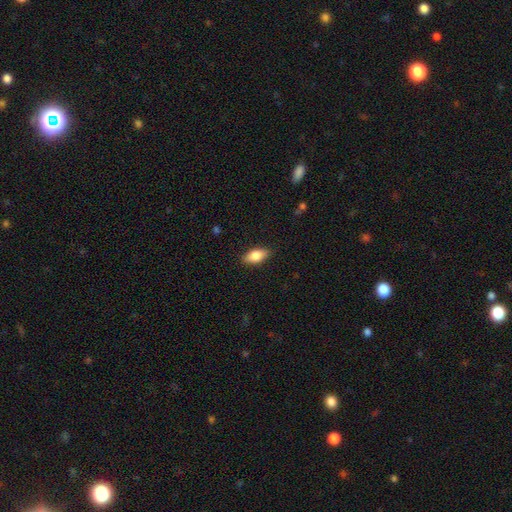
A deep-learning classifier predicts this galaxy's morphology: The model was most divided on "smooth or featured": smooth: 83%, featured or disk: 10%, star or artifact: 7%. More confident: how rounded — in between (89%); merging — none (87%).